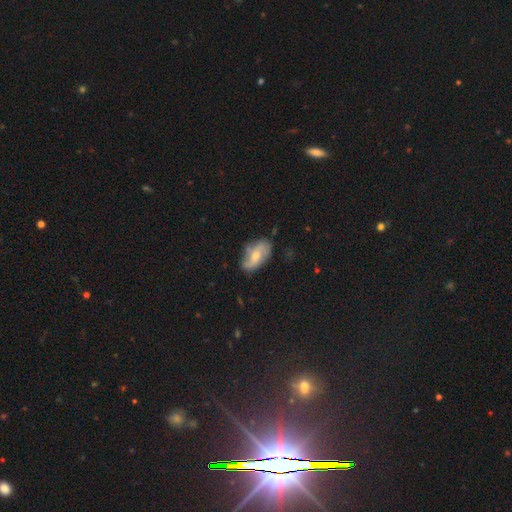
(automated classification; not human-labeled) The model was most divided on "bulge size": moderate: 50%, small: 44%, large: 3%, none: 3%, dominant: 1%. More confident: edge-on disk — no (94%); spiral arms — yes (83%); merging — none (66%); smooth or featured — featured or disk (56%); bar — no (56%).